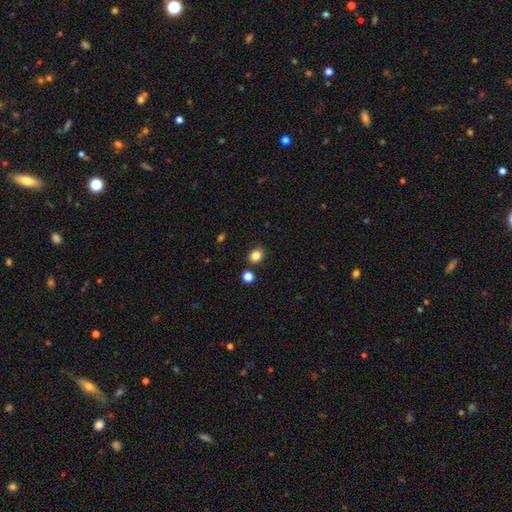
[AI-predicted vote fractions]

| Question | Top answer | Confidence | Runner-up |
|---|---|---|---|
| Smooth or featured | smooth | 83% | star or artifact (12%) |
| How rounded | round | 60% | in between (39%) |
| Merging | none | 84% | minor disturbance (9%) |